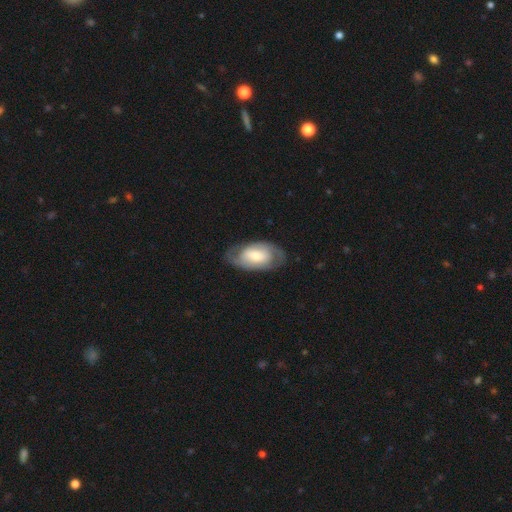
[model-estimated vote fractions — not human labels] Smooth or featured?
  - featured or disk: 55% *
  - smooth: 40%
  - star or artifact: 6%
Edge-on disk?
  - no: 94% *
  - yes: 6%
Bar?
  - no: 50% *
  - weak: 35%
  - strong: 15%
Spiral arms?
  - yes: 69% *
  - no: 31%
Bulge size?
  - moderate: 42% *
  - small: 28%
  - large: 23%
  - none: 4%
  - dominant: 3%
Merging?
  - none: 73% *
  - minor disturbance: 18%
  - major disturbance: 8%
  - merger: 1%